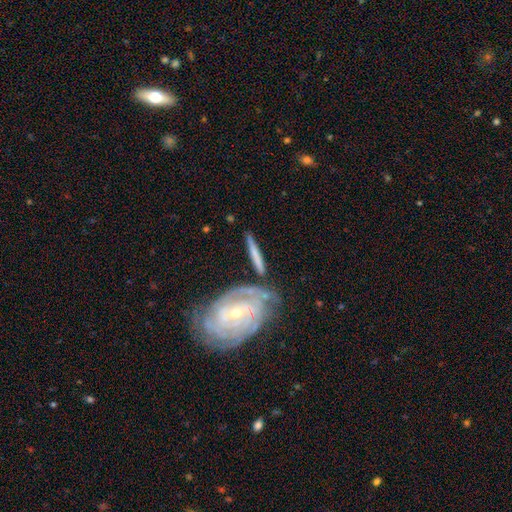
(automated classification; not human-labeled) smooth-or-featured: featured or disk: 50% | smooth: 45% | star or artifact: 6%
  merging: none: 68% | minor disturbance: 16% | merger: 10% | major disturbance: 6%